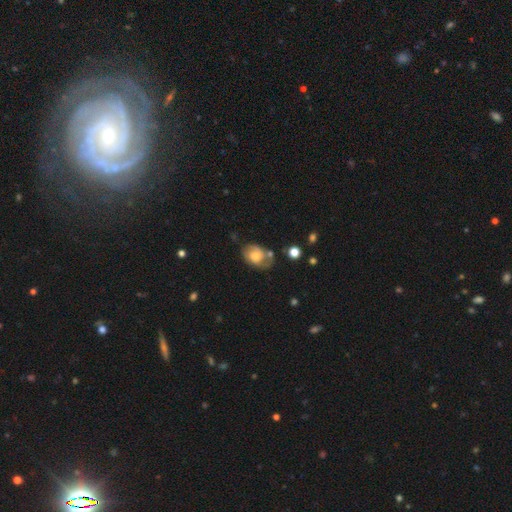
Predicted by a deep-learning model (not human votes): This is possibly a smooth galaxy (52%). How rounded: likely in between (74%). Merging: marginally none (43%).